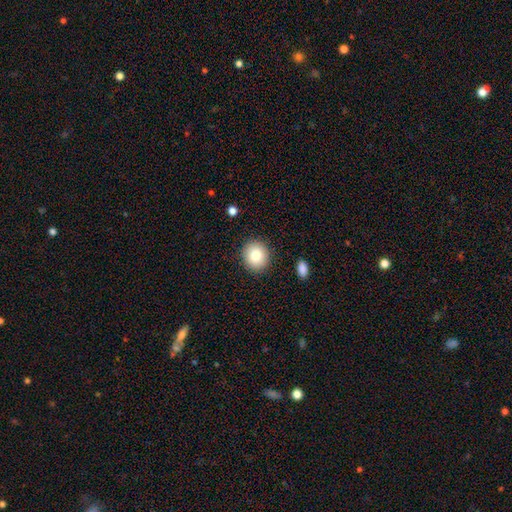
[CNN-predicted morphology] This is clearly a smooth galaxy (82%). How rounded: clearly round (83%). Merging: clearly none (89%).